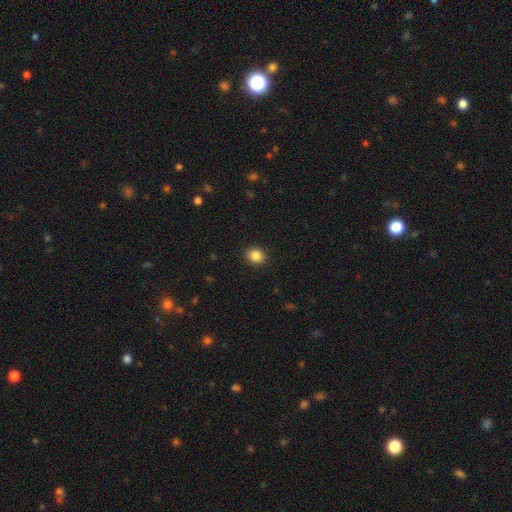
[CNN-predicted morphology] Smooth or featured: smooth — 86% (star or artifact — 10%)
How rounded: round — 73% (in between — 26%)
Merging: none — 91% (minor disturbance — 6%)